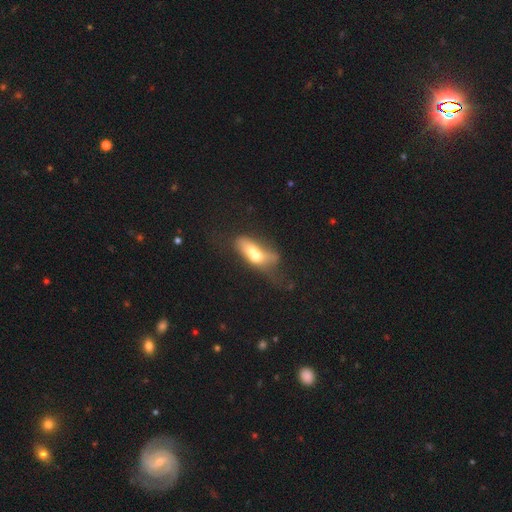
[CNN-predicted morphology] This appears to be a smooth galaxy with no disk features (52%) that is in between round and cigar-shaped (68%). Merging: merger (71%).